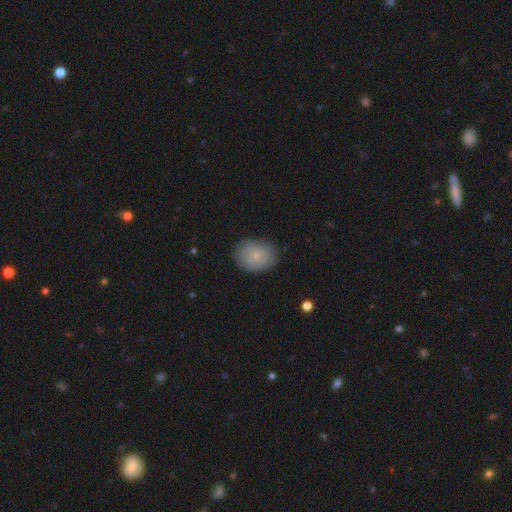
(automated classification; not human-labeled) Smooth or featured?
  - smooth: 74% *
  - featured or disk: 18%
  - star or artifact: 8%
How rounded?
  - in between: 51% *
  - round: 48%
  - cigar-shaped: 1%
Merging?
  - none: 81% *
  - minor disturbance: 14%
  - major disturbance: 3%
  - merger: 1%